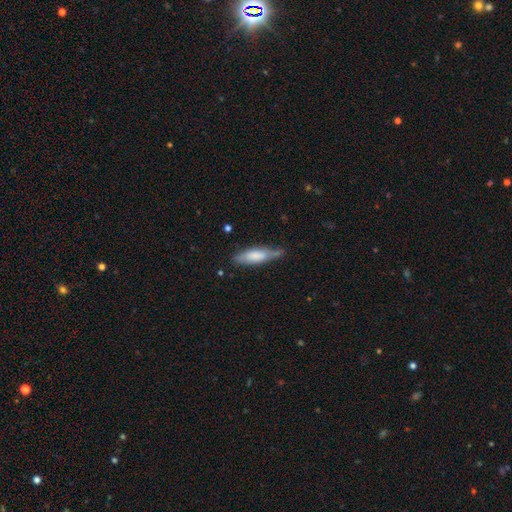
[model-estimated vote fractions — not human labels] The model was most divided on "how rounded": cigar-shaped: 57%, in between: 42%, round: 2%. More confident: smooth or featured — smooth (71%); merging — none (68%).